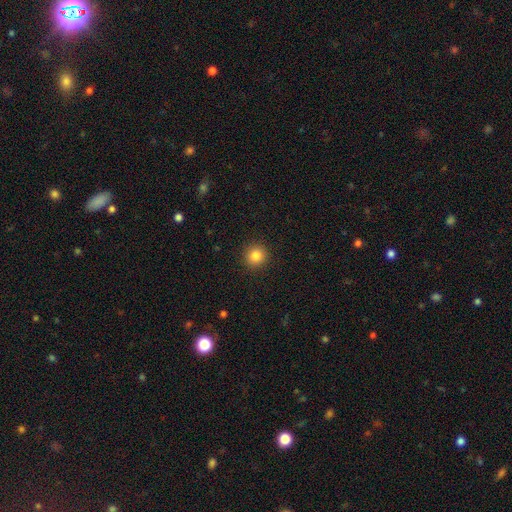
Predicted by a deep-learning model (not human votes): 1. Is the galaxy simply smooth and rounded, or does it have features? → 85% smooth, 11% star or artifact, 4% featured or disk.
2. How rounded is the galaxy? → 93% round, 6% in between, 1% cigar-shaped.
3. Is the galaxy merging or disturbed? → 92% none, 5% minor disturbance, 2% major disturbance, 1% merger.